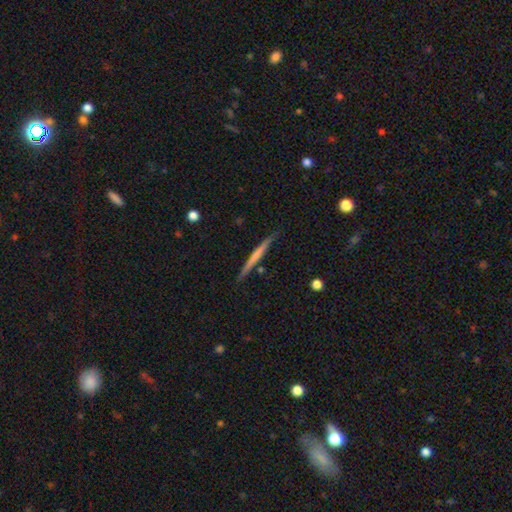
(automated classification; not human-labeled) This appears to be a featured or disk galaxy (49%). Merging: none (87%).